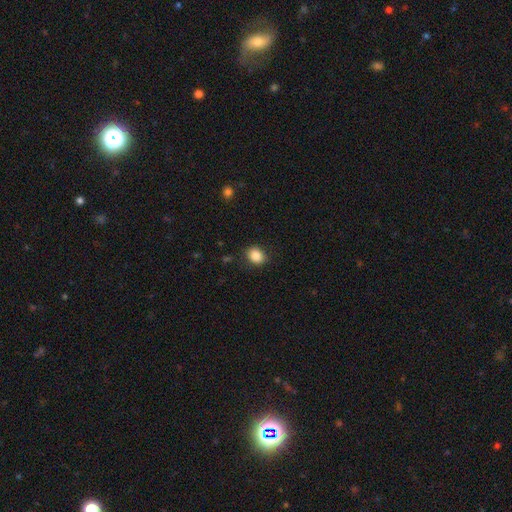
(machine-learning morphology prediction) This appears to be a smooth galaxy with no disk features (85%) that is round (52%). Merging: none (86%).